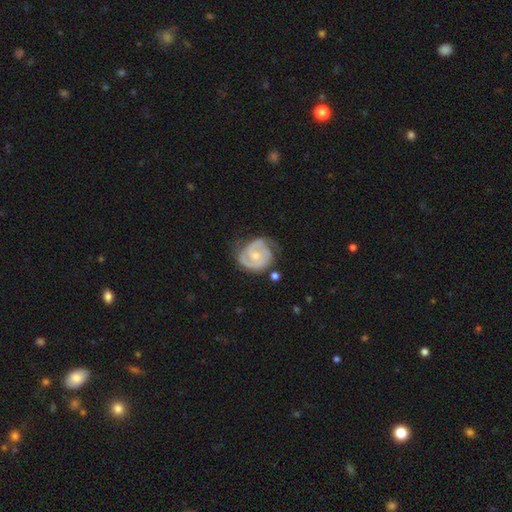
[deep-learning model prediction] This is clearly a featured or disk galaxy (82%). It is clearly not viewed edge-on (98%). Bar: likely no (62%). Spiral arm pattern: clearly yes (94%). Spiral arm count: likely 2 (68%). Spiral winding: possibly tight (52%). Central bulge: possibly moderate (47%). Merging: possibly none (58%).